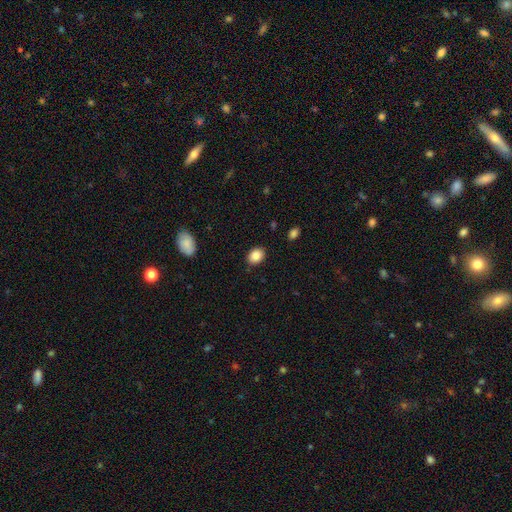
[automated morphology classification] smooth_or_featured: smooth (p=0.85) [alt: star or artifact p=0.09]
how_rounded: in between (p=0.63) [alt: round p=0.36]
merging: none (p=0.87) [alt: minor disturbance p=0.10]